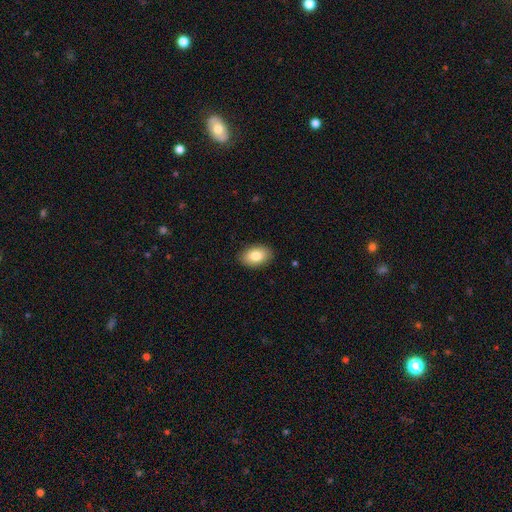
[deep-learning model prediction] Smooth or featured?
  - smooth: 84% *
  - featured or disk: 9%
  - star or artifact: 7%
How rounded?
  - in between: 88% *
  - round: 10%
  - cigar-shaped: 1%
Merging?
  - none: 88% *
  - minor disturbance: 9%
  - major disturbance: 2%
  - merger: 1%